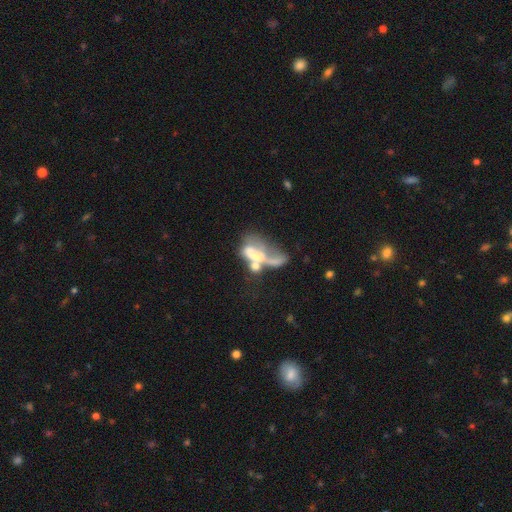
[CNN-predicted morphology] featured or disk 49%, smooth 38%, star or artifact 13%. Down the decision tree: merging — merger (53%).